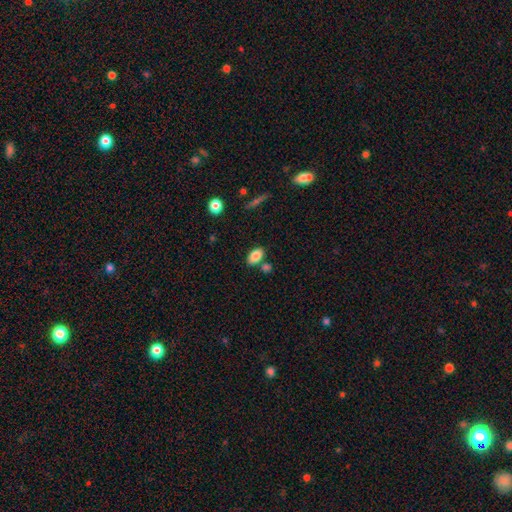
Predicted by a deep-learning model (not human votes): Morphology: type=smooth (84%); roundness=in between (90%); merging=none (72%).